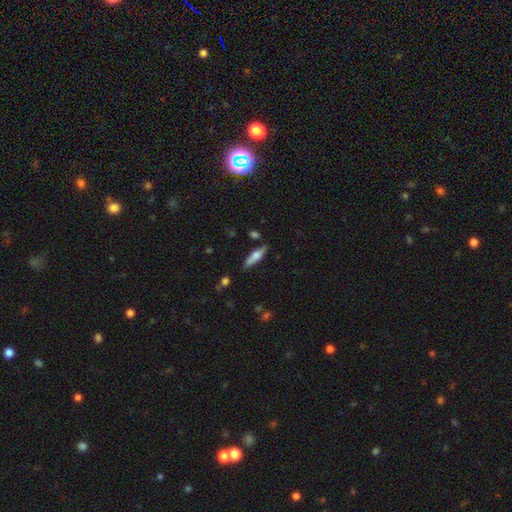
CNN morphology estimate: Smooth or featured?
  - smooth: 55% *
  - featured or disk: 39%
  - star or artifact: 6%
How rounded?
  - cigar-shaped: 64% *
  - in between: 34%
  - round: 2%
Merging?
  - none: 81% *
  - minor disturbance: 13%
  - merger: 3%
  - major disturbance: 3%